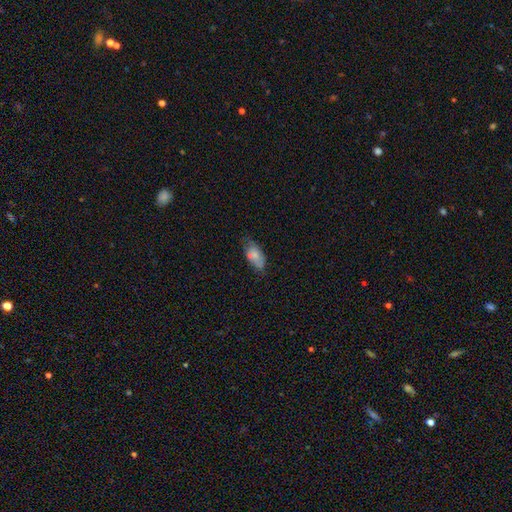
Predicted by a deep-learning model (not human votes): Q: Smooth or featured?
A: smooth (70%); runner-up: featured or disk (22%)
Q: How rounded?
A: in between (91%); runner-up: cigar-shaped (5%)
Q: Merging?
A: none (49%); runner-up: minor disturbance (34%)